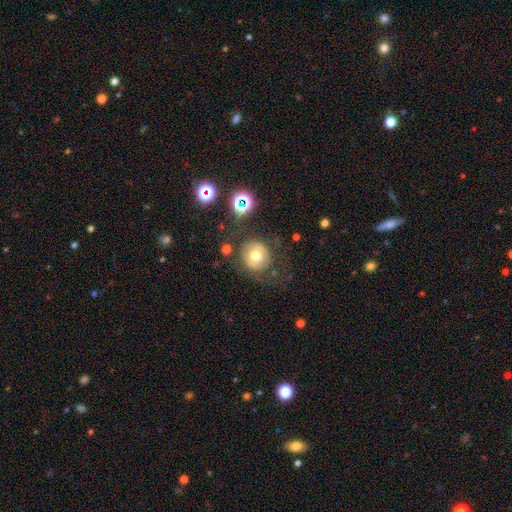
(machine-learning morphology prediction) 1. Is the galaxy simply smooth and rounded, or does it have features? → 54% smooth, 34% featured or disk, 12% star or artifact.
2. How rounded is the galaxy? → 83% round, 16% in between, 1% cigar-shaped.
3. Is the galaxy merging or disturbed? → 67% none, 16% minor disturbance, 13% major disturbance, 4% merger.